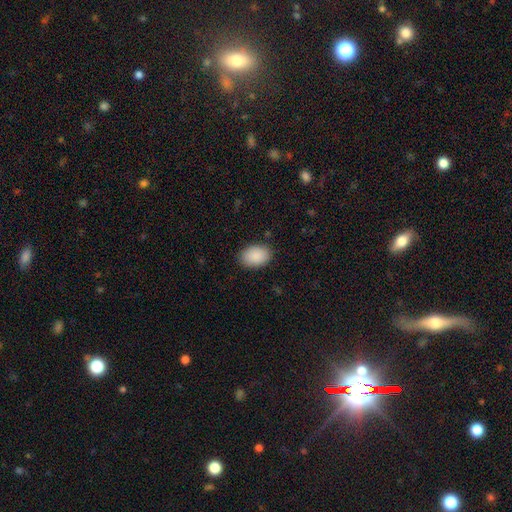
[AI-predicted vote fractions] A smooth galaxy with no disk features (91%) that is in between round and cigar-shaped (86%).

Vote fractions:
- Smooth or featured? smooth: 91% / star or artifact: 6% / featured or disk: 3%
- How rounded? in between: 86% / round: 13% / cigar-shaped: 1%
- Merging? none: 87% / minor disturbance: 10% / major disturbance: 2% / merger: 1%